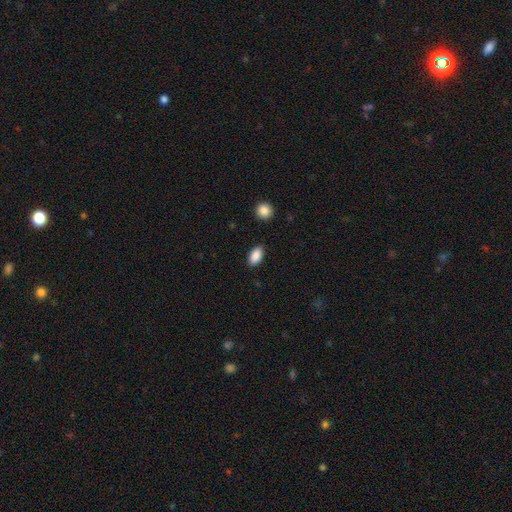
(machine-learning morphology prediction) This appears to be a smooth galaxy with no disk features (89%) that is in between round and cigar-shaped (92%). Merging: none (87%).